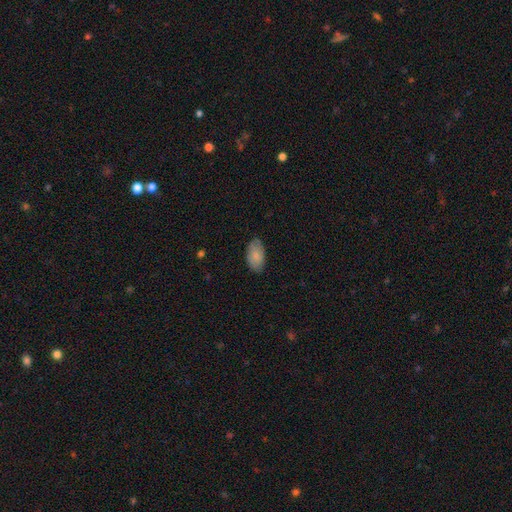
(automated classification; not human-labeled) Overall: smooth (83%). How rounded: in between (94%). Merging: none (76%).